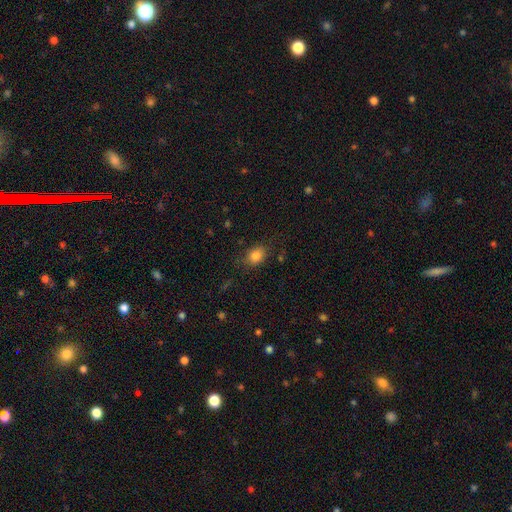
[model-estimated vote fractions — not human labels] Overall: smooth (84%). How rounded: in between (67%; round 32%). Merging: none (77%).